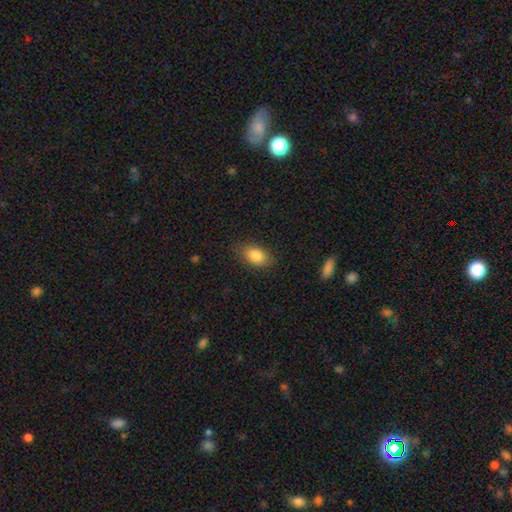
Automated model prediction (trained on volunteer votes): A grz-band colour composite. It shows a smooth galaxy with no disk features (84%) that is in between round and cigar-shaped (88%). Merging: none (81%).